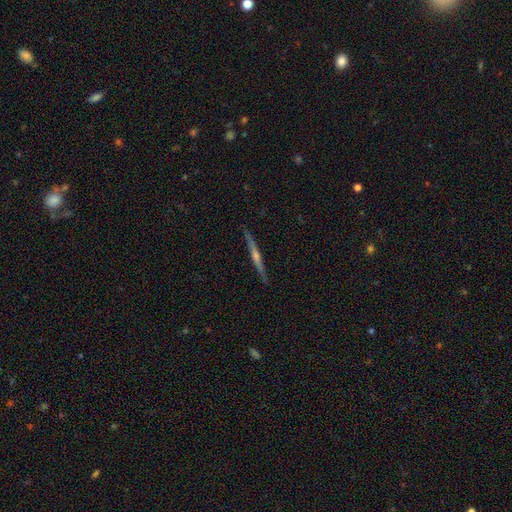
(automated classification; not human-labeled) Smooth or featured? featured or disk (74%)
Edge-on disk? yes (97%)
Edge-on bulge? rounded (78%)
Merging? none (90%)